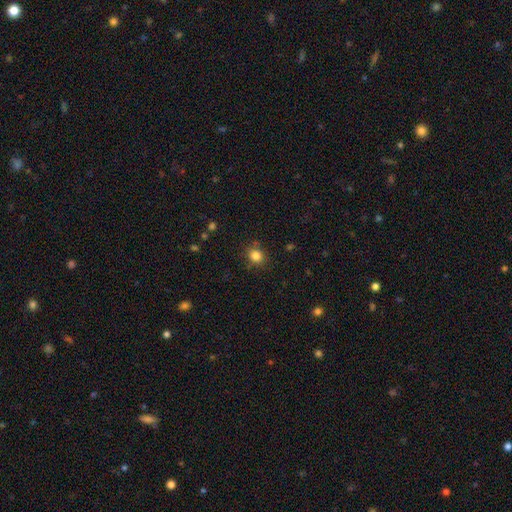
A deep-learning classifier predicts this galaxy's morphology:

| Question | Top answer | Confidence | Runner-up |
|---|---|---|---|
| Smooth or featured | smooth | 83% | star or artifact (12%) |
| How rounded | round | 74% | in between (25%) |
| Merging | none | 82% | minor disturbance (12%) |